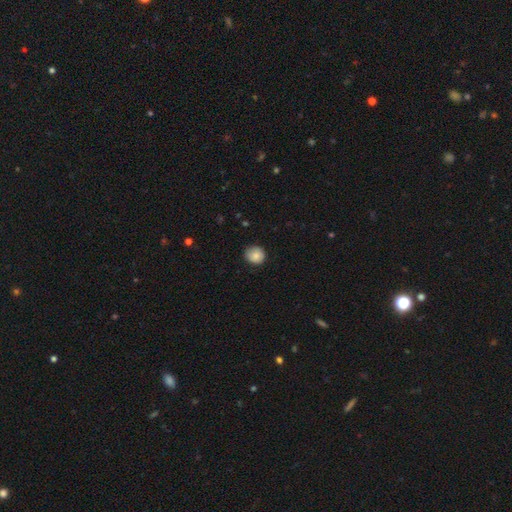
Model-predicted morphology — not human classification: type=smooth (85%); roundness=round (84%); merging=none (82%).